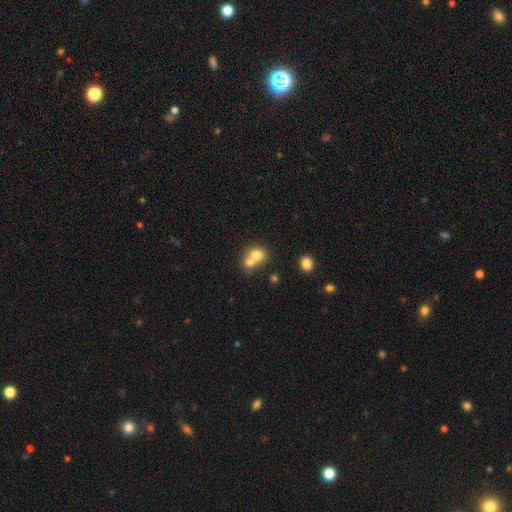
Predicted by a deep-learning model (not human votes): Smooth or featured: smooth — 73% (featured or disk — 16%)
How rounded: round — 74% (in between — 25%)
Merging: merger — 62% (none — 30%)